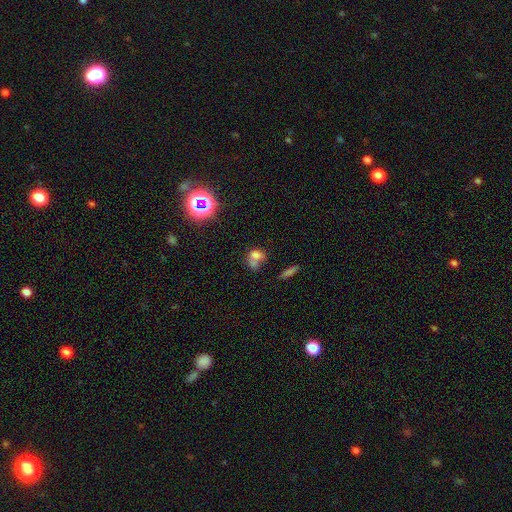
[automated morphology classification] smooth 62%, featured or disk 20%, star or artifact 18%. Down the decision tree: how rounded — in between (54%); merging — merger (47%).